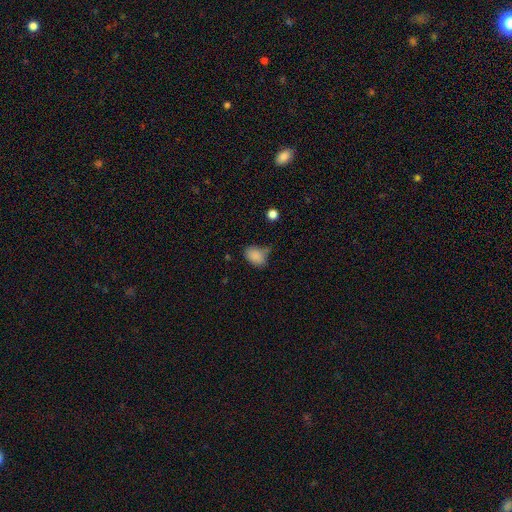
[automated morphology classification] Smooth or featured? Predicted: smooth (p=0.85). How rounded? Predicted: in between (p=0.79). Merging? Predicted: none (p=0.55).